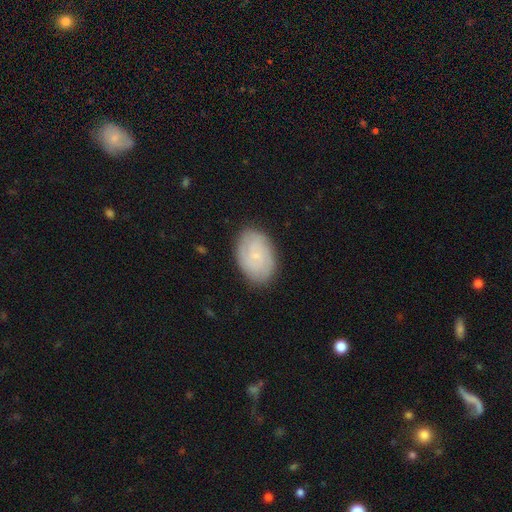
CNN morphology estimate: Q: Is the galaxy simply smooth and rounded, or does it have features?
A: smooth — 47%.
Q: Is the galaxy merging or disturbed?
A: none — 84%.